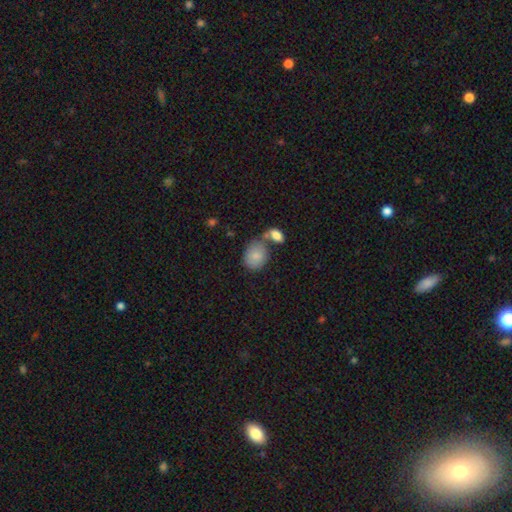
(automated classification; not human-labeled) Smooth or featured?
  - smooth: 84% *
  - featured or disk: 9%
  - star or artifact: 7%
How rounded?
  - in between: 53% *
  - round: 46%
  - cigar-shaped: 1%
Merging?
  - none: 48% *
  - merger: 28%
  - minor disturbance: 18%
  - major disturbance: 6%